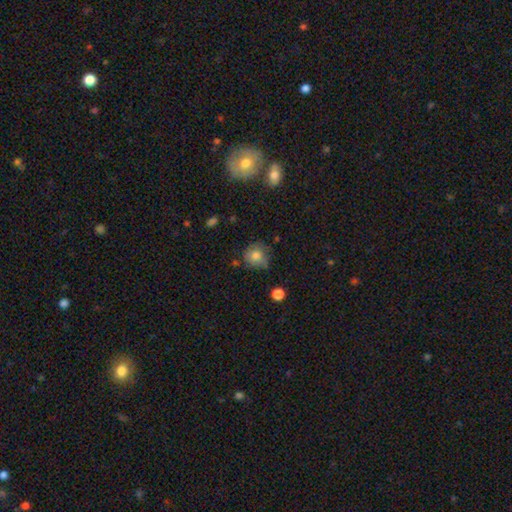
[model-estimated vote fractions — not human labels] smooth_or_featured: smooth (p=0.77) [alt: featured or disk p=0.13]
how_rounded: round (p=0.84) [alt: in between p=0.15]
merging: none (p=0.63) [alt: minor disturbance p=0.26]